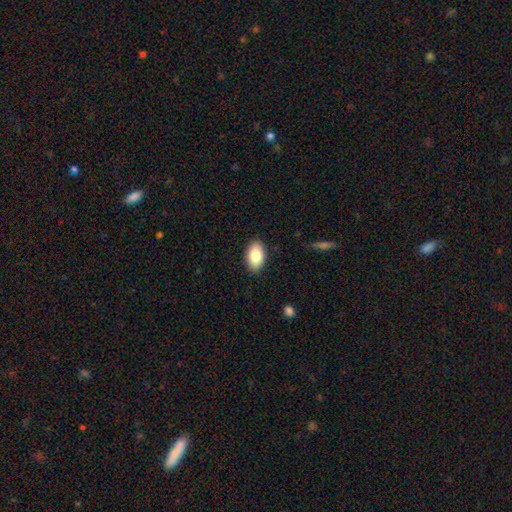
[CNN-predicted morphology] This appears to be a smooth galaxy with no disk features (84%) that is in between round and cigar-shaped (93%). Merging: none (88%).